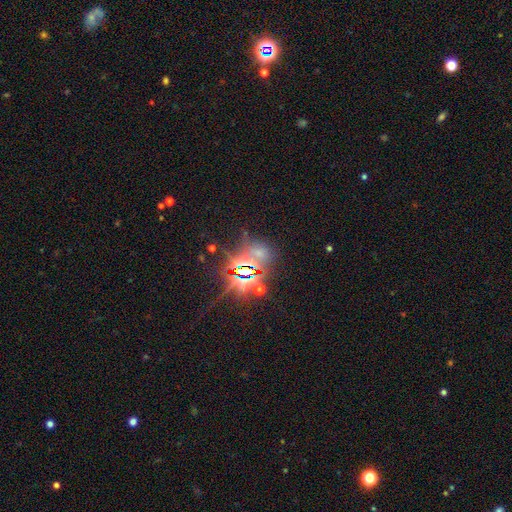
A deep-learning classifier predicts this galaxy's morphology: This appears to be a star or artifact, not a galaxy (81%).